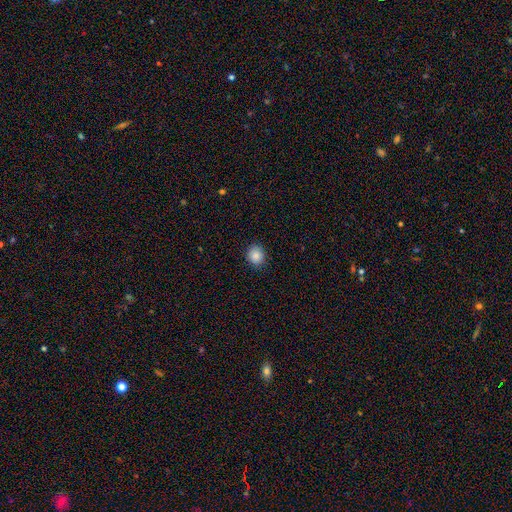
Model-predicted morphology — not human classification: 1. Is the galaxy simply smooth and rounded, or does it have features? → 87% smooth, 9% star or artifact, 4% featured or disk.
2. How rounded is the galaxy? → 74% round, 25% in between, 1% cigar-shaped.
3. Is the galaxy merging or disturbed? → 88% none, 9% minor disturbance, 2% major disturbance, 1% merger.